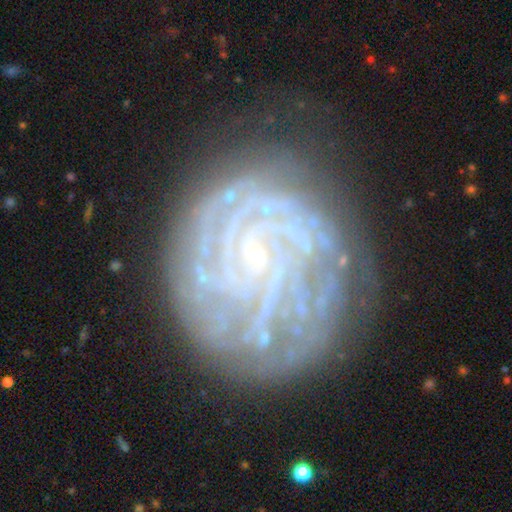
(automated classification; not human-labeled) This is clearly a featured or disk galaxy (85%). It is clearly not viewed edge-on (97%). Bar: likely no (68%). Spiral arm pattern: clearly yes (96%). Spiral arm count: marginally can't tell (25%). Spiral winding: clearly tight (83%). Central bulge: clearly small (85%). Merging: likely none (73%).